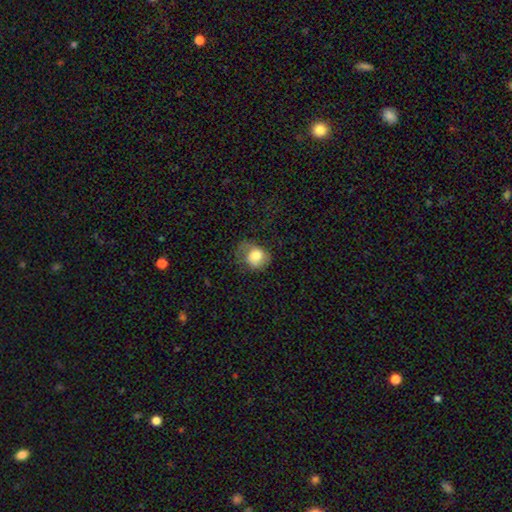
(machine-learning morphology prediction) This appears to be a smooth galaxy with no disk features (72%) that is round (57%). Merging: none (44%).